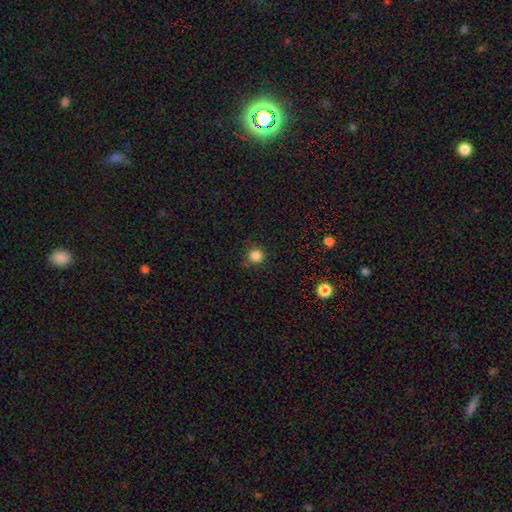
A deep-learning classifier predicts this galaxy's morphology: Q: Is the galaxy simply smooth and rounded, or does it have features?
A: smooth — 85%.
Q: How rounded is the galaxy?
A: round — 95%.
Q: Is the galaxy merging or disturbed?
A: none — 86%.